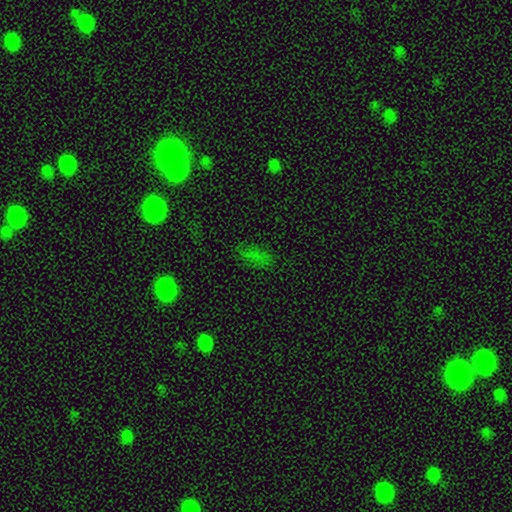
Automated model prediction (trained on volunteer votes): Smooth or featured? smooth (52%)
How rounded? in between (74%)
Merging? none (70%)